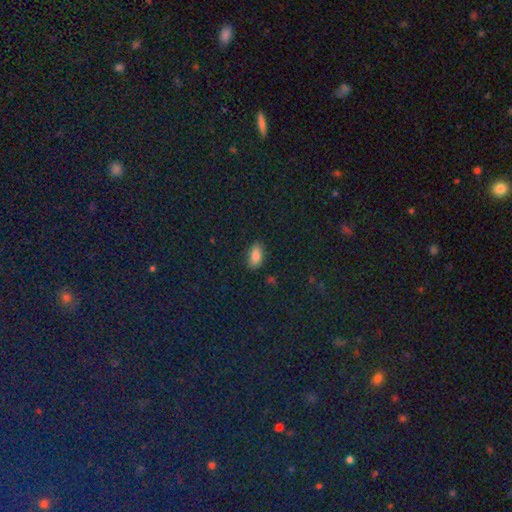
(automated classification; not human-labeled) This appears to be a smooth galaxy with no disk features (80%) that is in between round and cigar-shaped (90%). Merging: none (81%).